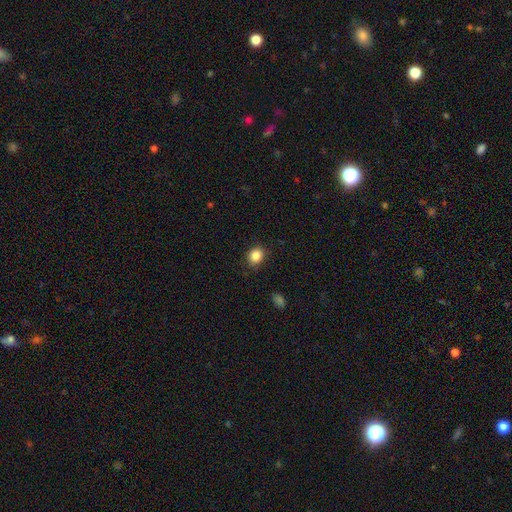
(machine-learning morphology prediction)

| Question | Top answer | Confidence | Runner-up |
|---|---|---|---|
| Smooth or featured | smooth | 86% | star or artifact (10%) |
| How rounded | round | 64% | in between (35%) |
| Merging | none | 85% | minor disturbance (11%) |